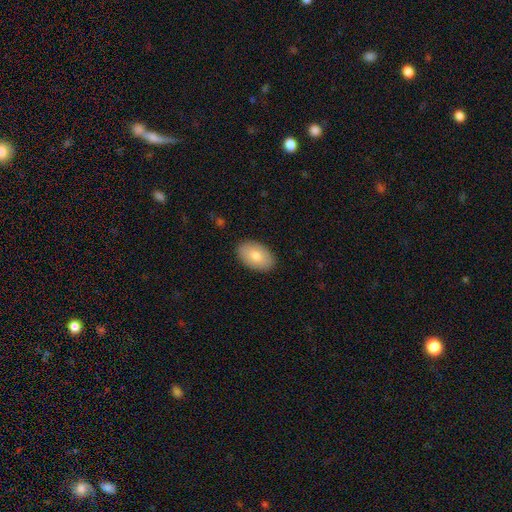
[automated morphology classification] smooth_or_featured: smooth (p=0.79) [alt: featured or disk p=0.15]
how_rounded: in between (p=0.93) [alt: round p=0.06]
merging: none (p=0.89) [alt: minor disturbance p=0.08]